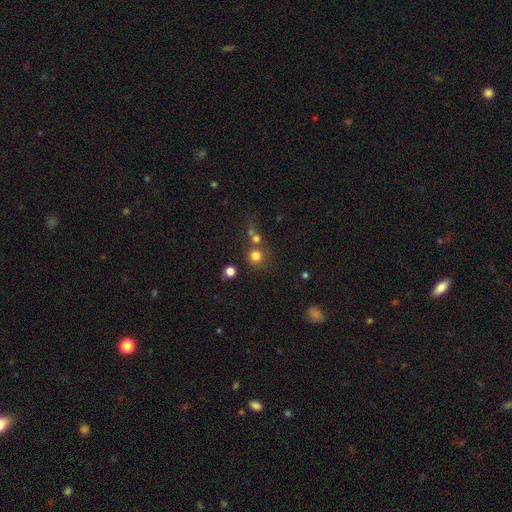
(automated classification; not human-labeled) Smooth or featured? Predicted: smooth (p=0.74). How rounded? Predicted: round (p=0.91). Merging? Predicted: none (p=0.62).